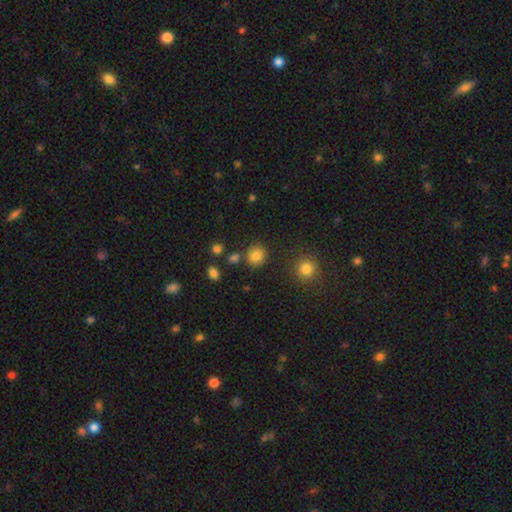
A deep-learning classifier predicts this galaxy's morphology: type=smooth (82%); roundness=round (82%); merging=none (82%).